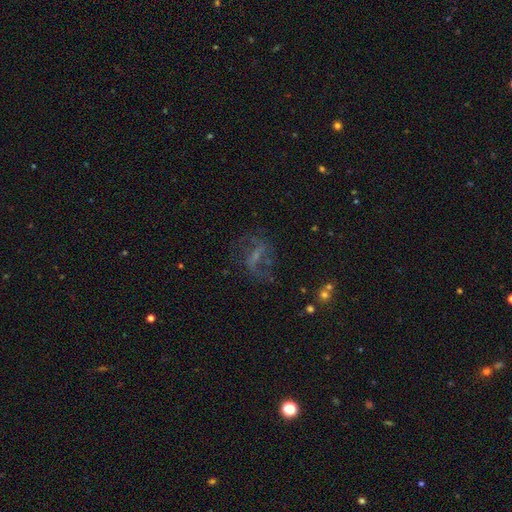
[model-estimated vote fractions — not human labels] Smooth or featured? featured or disk (62%)
Edge-on disk? no (94%)
Bar? weak (45%)
Spiral arms? yes (75%)
Bulge size? small (42%)
Merging? none (59%)